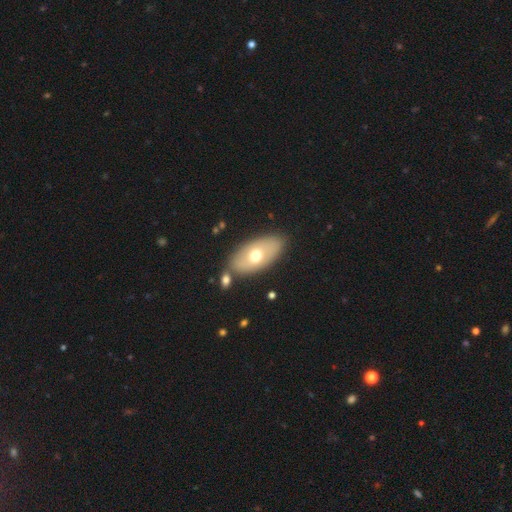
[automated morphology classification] Smooth or featured? Predicted: smooth (p=0.60). How rounded? Predicted: in between (p=0.92). Merging? Predicted: none (p=0.76).